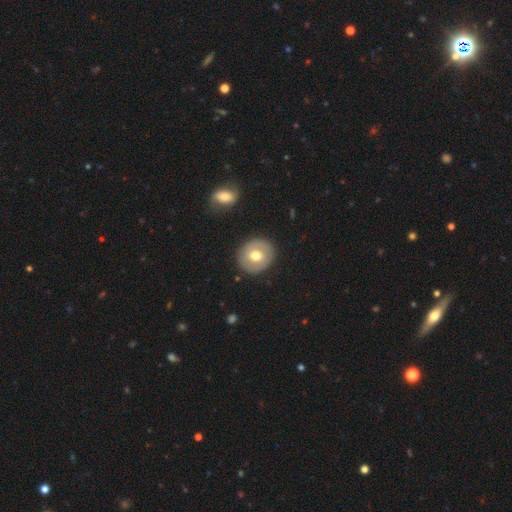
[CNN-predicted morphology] Q: Smooth or featured?
A: smooth (60%); runner-up: featured or disk (33%)
Q: How rounded?
A: round (82%); runner-up: in between (17%)
Q: Merging?
A: none (88%); runner-up: minor disturbance (8%)